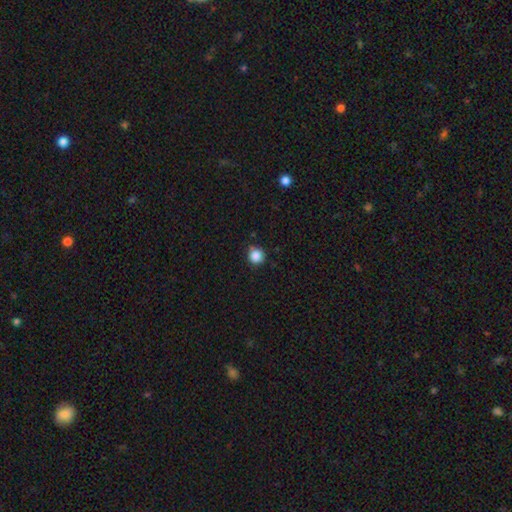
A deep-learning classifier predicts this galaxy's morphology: This appears to be a smooth galaxy with no disk features (86%) that is round (94%). Merging: none (81%).